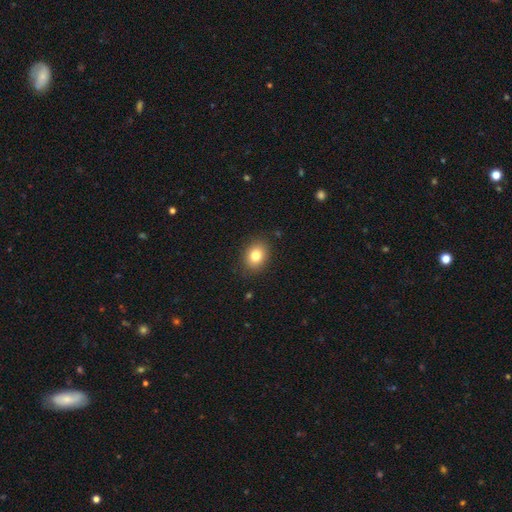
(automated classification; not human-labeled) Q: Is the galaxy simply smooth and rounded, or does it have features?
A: smooth — 81%.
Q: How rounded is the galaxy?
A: in between — 52%.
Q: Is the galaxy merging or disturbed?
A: none — 87%.